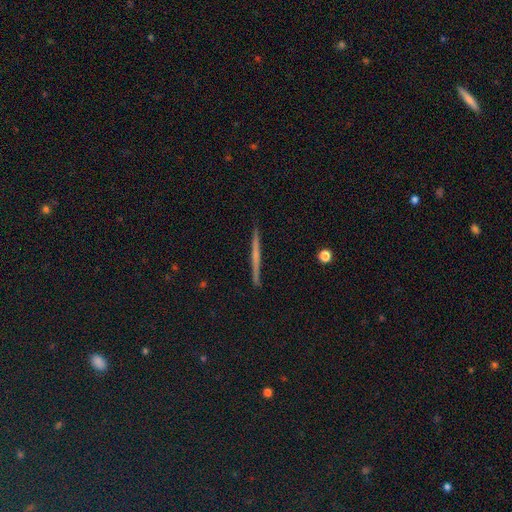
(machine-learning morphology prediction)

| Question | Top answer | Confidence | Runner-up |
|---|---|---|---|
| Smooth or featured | featured or disk | 55% | smooth (37%) |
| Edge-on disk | yes | 98% | no (2%) |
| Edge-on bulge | none | 80% | rounded (15%) |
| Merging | none | 92% | minor disturbance (5%) |